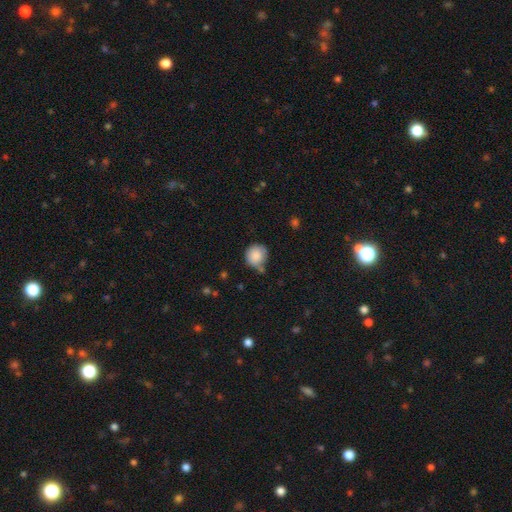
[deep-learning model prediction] Morphology: type=smooth (87%); roundness=round (88%); merging=none (59%).